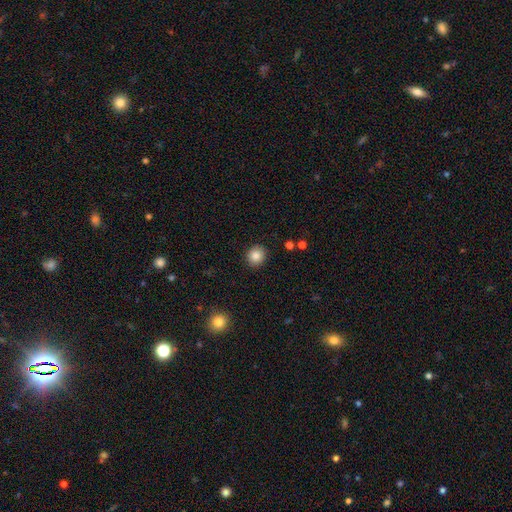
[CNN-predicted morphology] Smooth or featured? smooth (85%)
How rounded? round (84%)
Merging? none (90%)